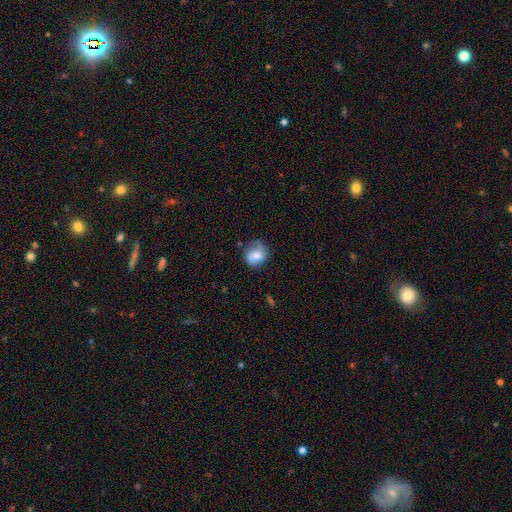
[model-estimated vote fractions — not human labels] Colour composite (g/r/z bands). It shows a smooth galaxy with no disk features (62%) that is round (65%). Merging: none (55%).